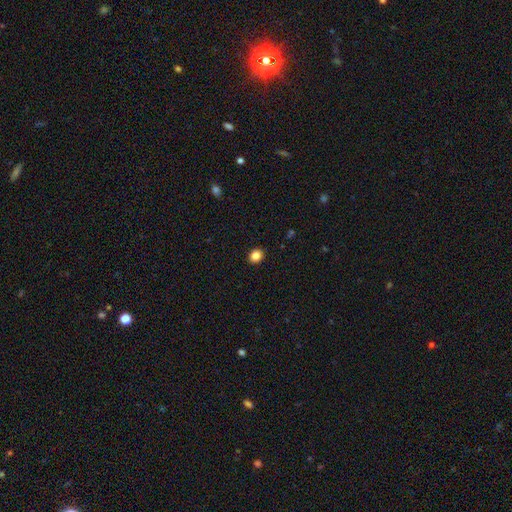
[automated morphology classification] smooth-or-featured: smooth: 85% | star or artifact: 11% | featured or disk: 4%
  how-rounded: round: 62% | in between: 37% | cigar-shaped: 1%
  merging: none: 91% | minor disturbance: 6% | major disturbance: 2% | merger: 1%